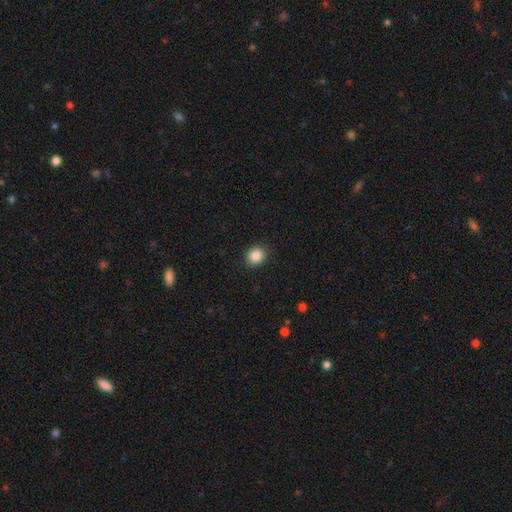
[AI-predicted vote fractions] Smooth or featured? Predicted: smooth (p=0.86). How rounded? Predicted: round (p=0.71). Merging? Predicted: none (p=0.90).